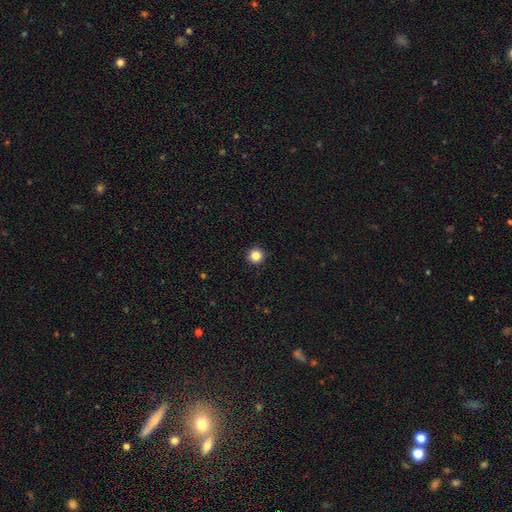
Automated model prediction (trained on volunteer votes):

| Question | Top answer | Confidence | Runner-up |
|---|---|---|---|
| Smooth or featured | smooth | 85% | star or artifact (11%) |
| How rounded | round | 96% | in between (3%) |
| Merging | none | 93% | minor disturbance (4%) |